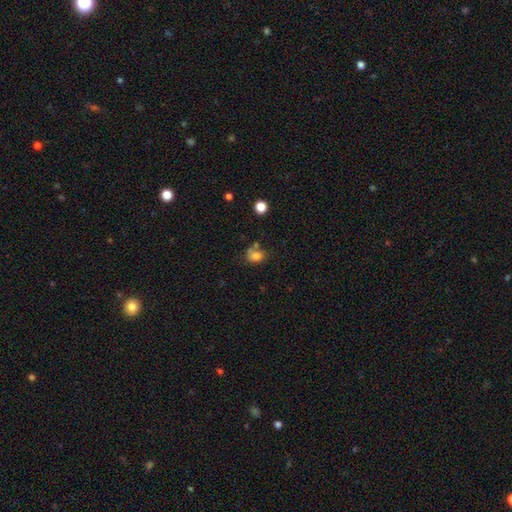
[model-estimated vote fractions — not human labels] smooth_or_featured: smooth (p=0.78) [alt: star or artifact p=0.12]
how_rounded: round (p=0.51) [alt: in between p=0.48]
merging: none (p=0.49) [alt: minor disturbance p=0.22]